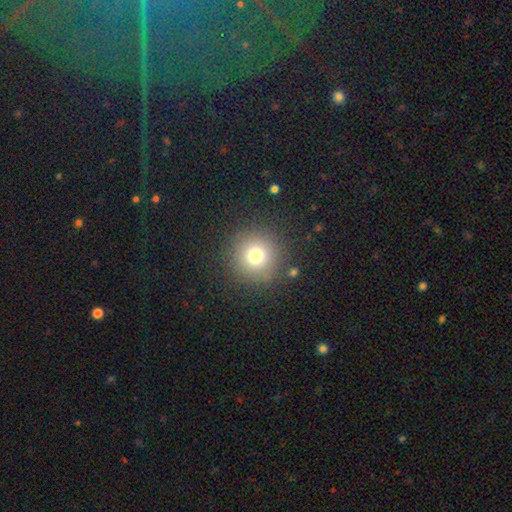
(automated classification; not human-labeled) smooth-or-featured: smooth: 74% | star or artifact: 16% | featured or disk: 10%
  how-rounded: round: 95% | in between: 4% | cigar-shaped: 1%
  merging: none: 88% | minor disturbance: 7% | major disturbance: 3% | merger: 2%